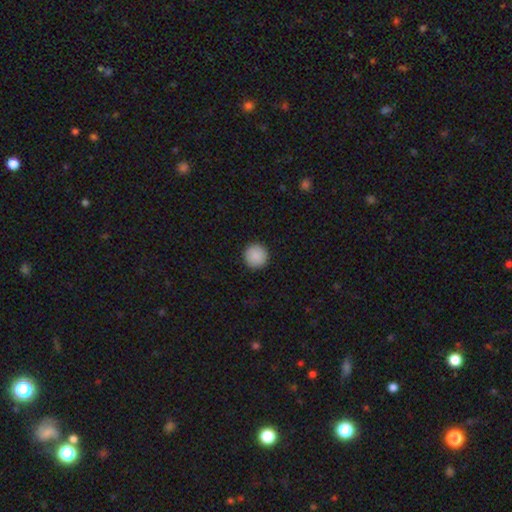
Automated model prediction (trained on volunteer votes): This appears to be a smooth galaxy with no disk features (90%) that is round (96%). Merging: none (93%).